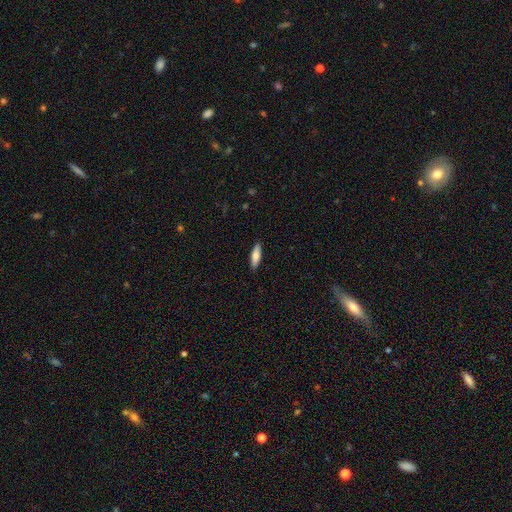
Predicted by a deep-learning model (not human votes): A smooth galaxy with no disk features (75%) that is cigar-shaped (56%). Merging: none (90%).